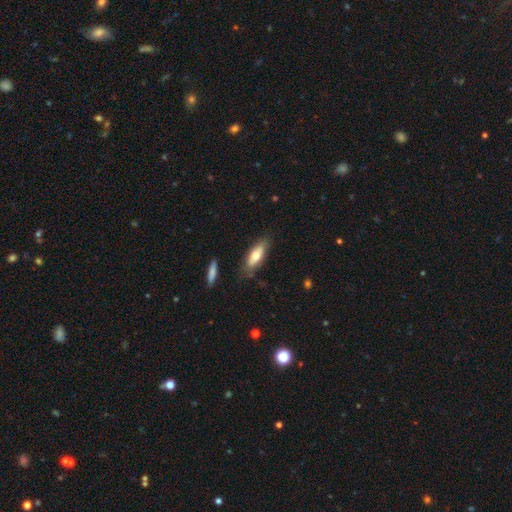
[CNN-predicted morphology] Smooth or featured? Predicted: smooth (p=0.62). How rounded? Predicted: in between (p=0.60). Merging? Predicted: none (p=0.78).